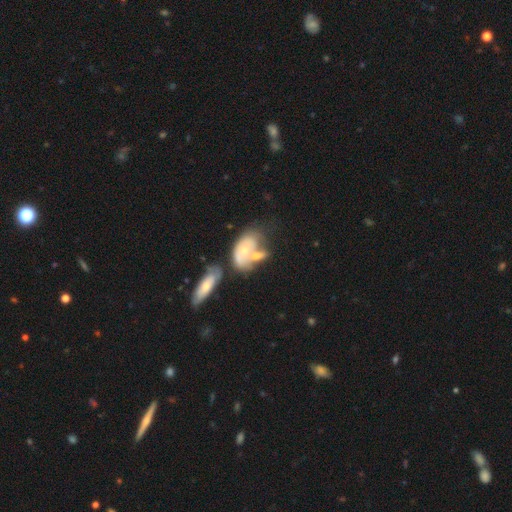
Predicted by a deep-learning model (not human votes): Smooth or featured?
  - featured or disk: 48% *
  - smooth: 44%
  - star or artifact: 7%
Merging?
  - merger: 52% *
  - none: 21%
  - minor disturbance: 15%
  - major disturbance: 12%